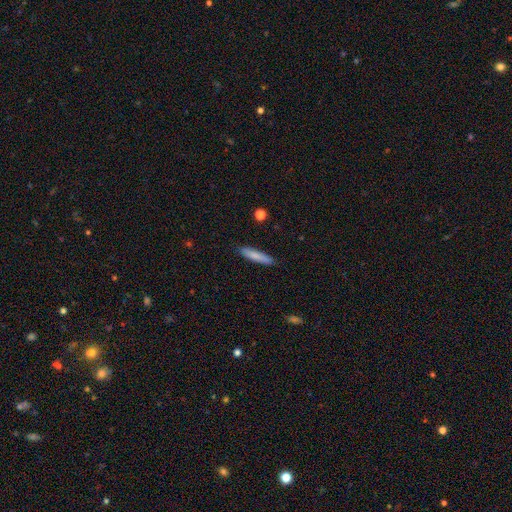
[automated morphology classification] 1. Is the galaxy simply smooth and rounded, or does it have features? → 81% smooth, 13% featured or disk, 6% star or artifact.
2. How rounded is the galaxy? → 87% cigar-shaped, 12% in between, 1% round.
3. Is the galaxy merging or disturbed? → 87% none, 10% minor disturbance, 2% major disturbance, 1% merger.